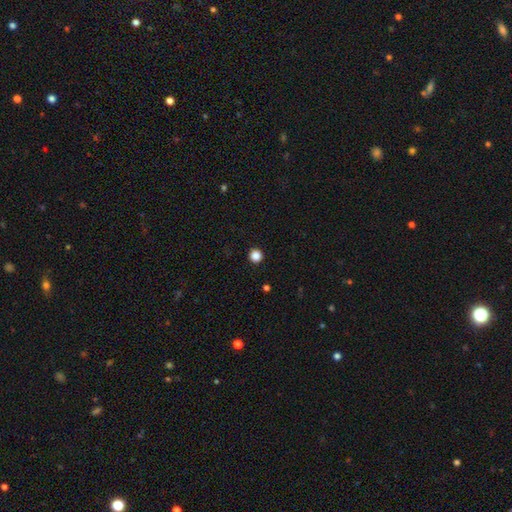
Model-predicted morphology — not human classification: Smooth or featured? Predicted: smooth (p=0.86). How rounded? Predicted: round (p=0.96). Merging? Predicted: none (p=0.94).